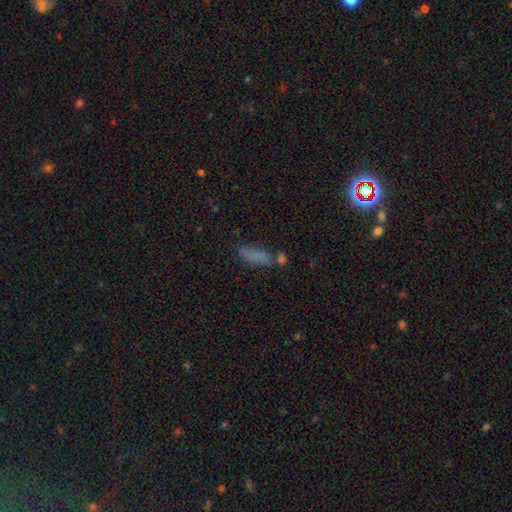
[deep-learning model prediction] Overall: smooth (72%). How rounded: in between (61%; cigar-shaped 35%). Merging: none (50%; merger 20%).